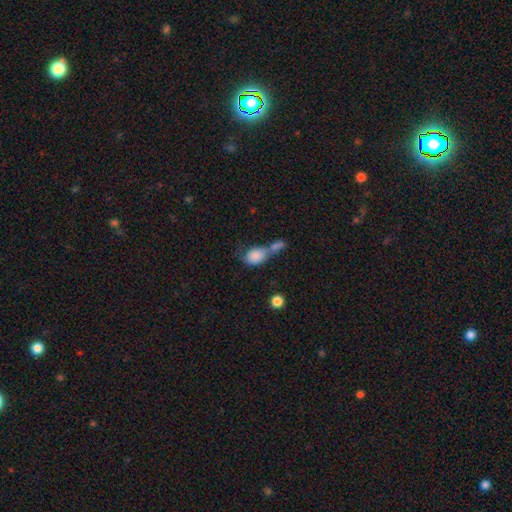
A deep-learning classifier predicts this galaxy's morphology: The model was most divided on "how rounded": in between: 66%, round: 31%, cigar-shaped: 3%. More confident: smooth or featured — smooth (82%); merging — merger (60%).